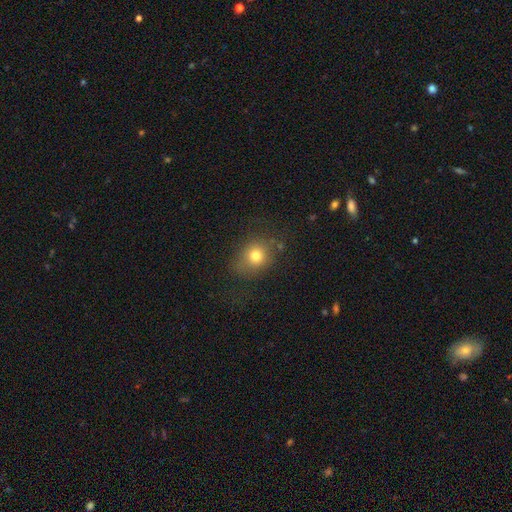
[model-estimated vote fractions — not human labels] Morphology: type=smooth (75%); roundness=round (64%); merging=none (71%).